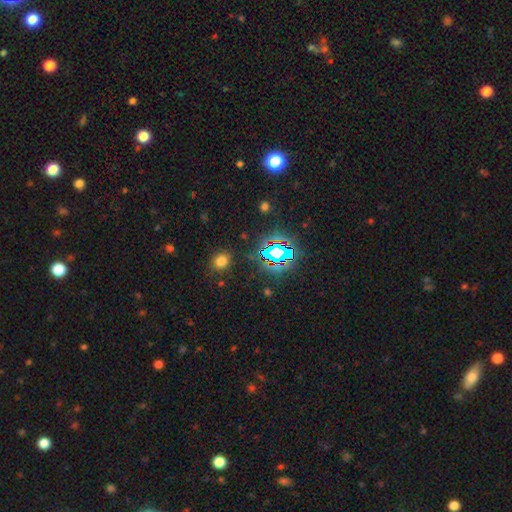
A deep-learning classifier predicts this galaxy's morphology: Smooth or featured: star or artifact — 73% (smooth — 20%)